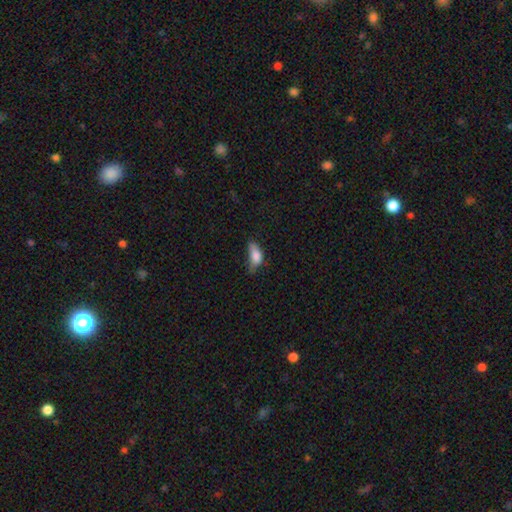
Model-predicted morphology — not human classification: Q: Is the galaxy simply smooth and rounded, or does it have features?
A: smooth — 79%.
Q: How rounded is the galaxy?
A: in between — 87%.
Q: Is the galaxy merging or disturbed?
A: minor disturbance — 42%.